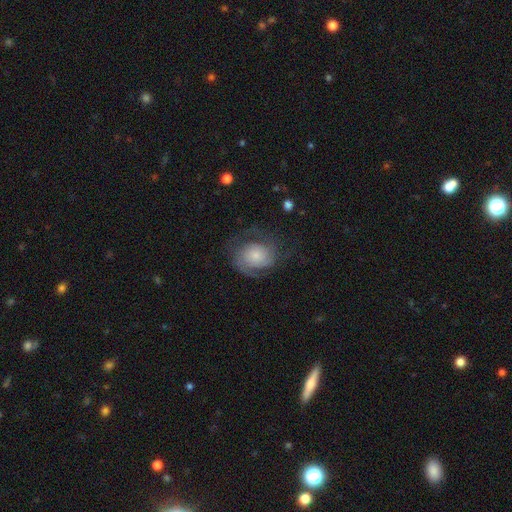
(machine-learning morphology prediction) Overall: featured or disk (68%). Edge-on disk: no (98%). Bar: no (78%). Spiral arms: yes (91%). Spiral arm count: 2 (57%; can't tell 18%). Spiral winding: tight (42%; medium 40%). Bulge size: small (57%; moderate 24%). Merging: none (60%).